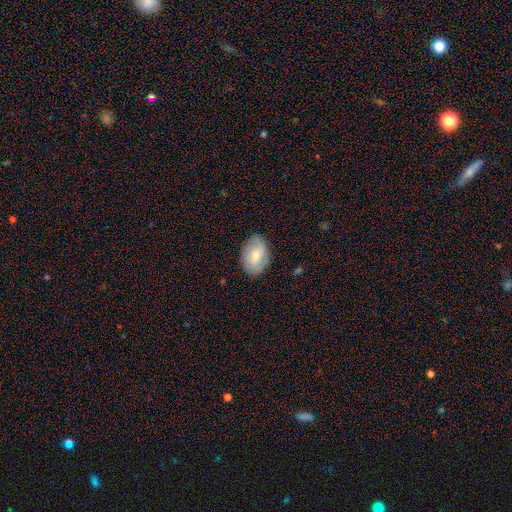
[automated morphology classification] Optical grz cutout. It shows a smooth galaxy with no disk features (59%) that is in between round and cigar-shaped (86%). Merging: none (83%).